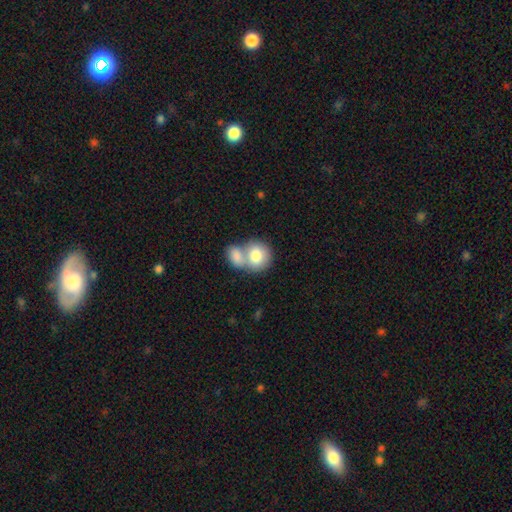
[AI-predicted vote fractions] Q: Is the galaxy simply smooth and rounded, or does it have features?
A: smooth — 79%.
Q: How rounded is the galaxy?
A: round — 67%.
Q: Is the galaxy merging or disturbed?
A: merger — 66%.